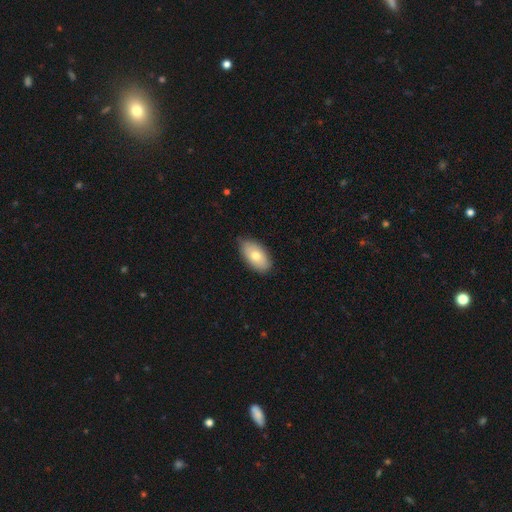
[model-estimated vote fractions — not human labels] The model was most divided on "smooth or featured": smooth: 74%, featured or disk: 20%, star or artifact: 6%. More confident: how rounded — in between (94%); merging — none (81%).